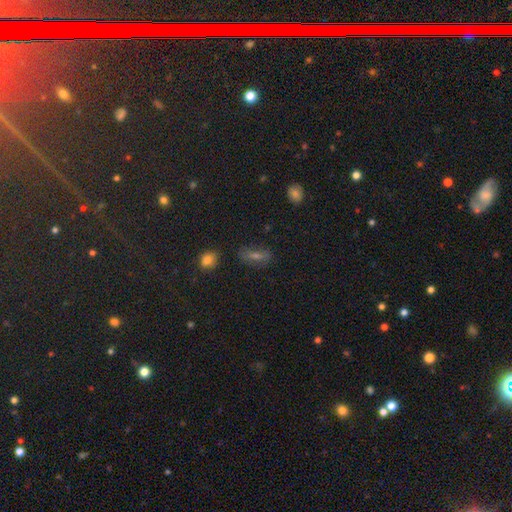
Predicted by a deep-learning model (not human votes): A smooth galaxy with no disk features (47%).

Vote fractions:
- Smooth or featured? smooth: 47% / star or artifact: 29% / featured or disk: 24%
- Merging? none: 75% / minor disturbance: 16% / major disturbance: 6% / merger: 3%